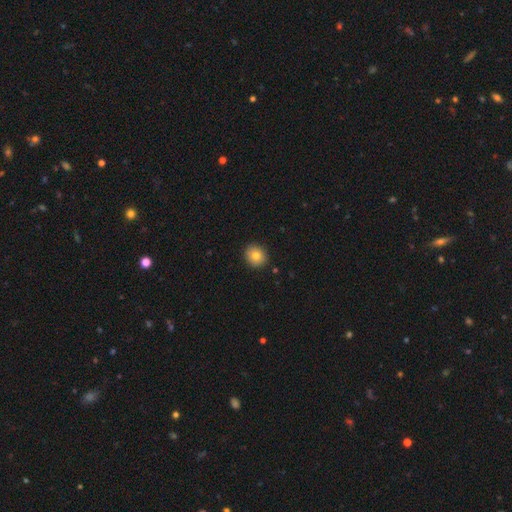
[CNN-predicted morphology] Smooth or featured? smooth (79%)
How rounded? round (79%)
Merging? none (90%)